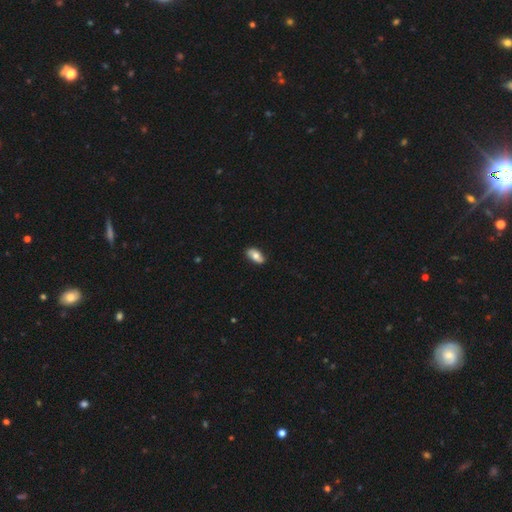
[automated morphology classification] Smooth or featured: smooth — 70% (featured or disk — 24%)
How rounded: in between — 92% (cigar-shaped — 5%)
Merging: none — 84% (minor disturbance — 13%)